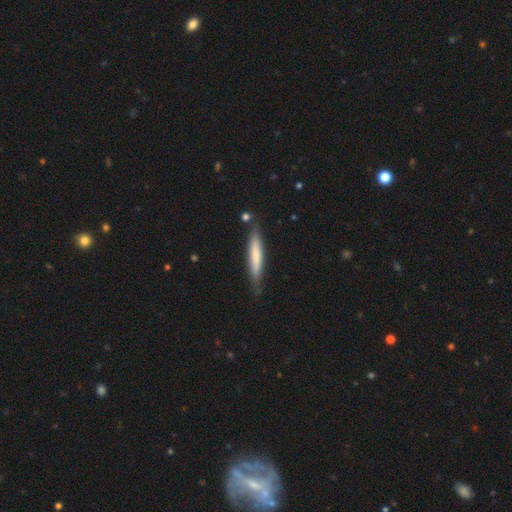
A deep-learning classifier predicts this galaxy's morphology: smooth_or_featured: smooth (p=0.66) [alt: featured or disk p=0.29]
how_rounded: cigar-shaped (p=0.92) [alt: in between p=0.07]
merging: none (p=0.80) [alt: minor disturbance p=0.14]